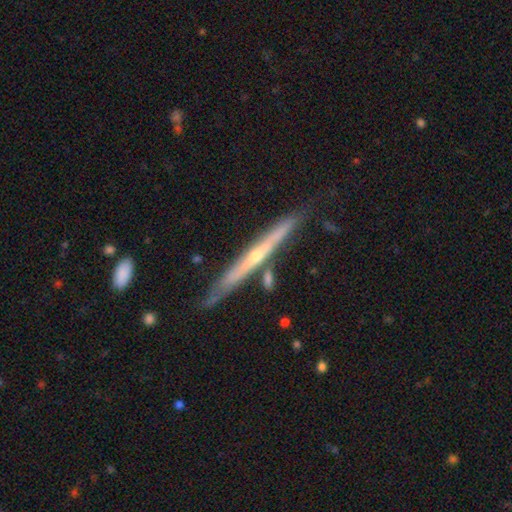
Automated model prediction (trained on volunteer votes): This appears to be a featured or disk galaxy (75%) viewed edge-on (95%) with a rounded central bulge (70%). Merging: none (79%).